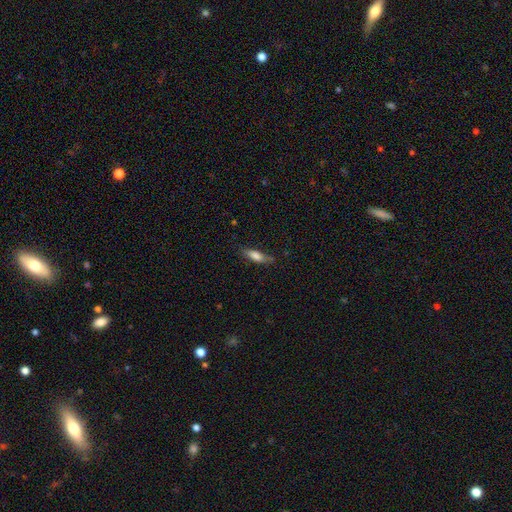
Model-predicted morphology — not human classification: Smooth or featured? smooth (75%)
How rounded? in between (51%)
Merging? none (72%)